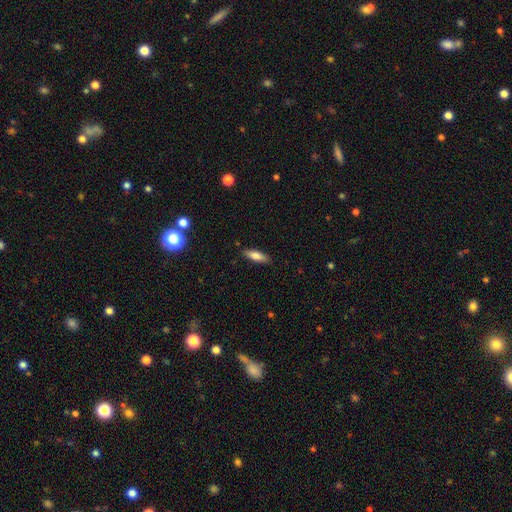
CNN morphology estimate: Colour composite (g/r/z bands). It shows a smooth galaxy with no disk features (76%) that is cigar-shaped (50%). Merging: none (87%).